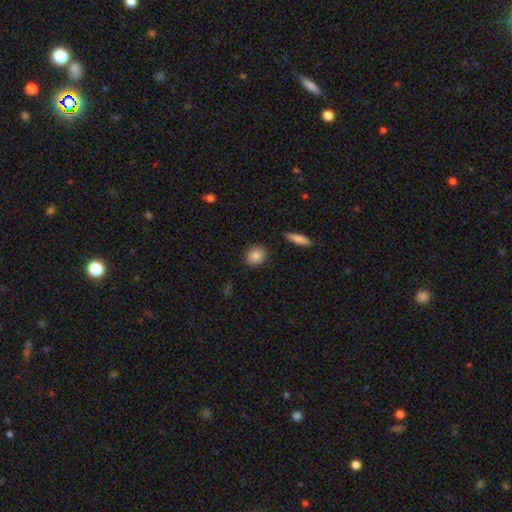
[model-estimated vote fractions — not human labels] This appears to be a smooth galaxy with no disk features (84%) that is round (70%). Merging: none (89%).